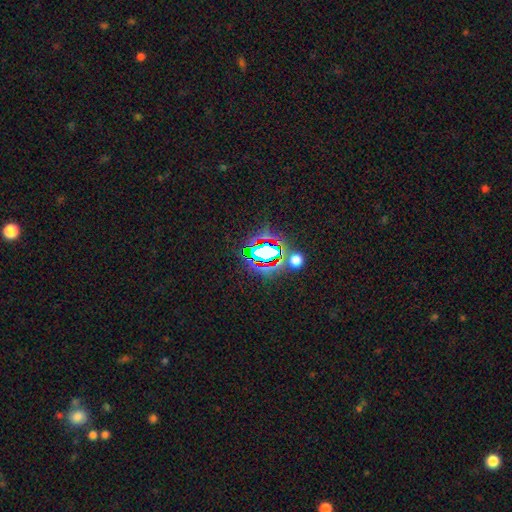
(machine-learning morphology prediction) Smooth or featured?
  - star or artifact: 79% *
  - smooth: 13%
  - featured or disk: 8%